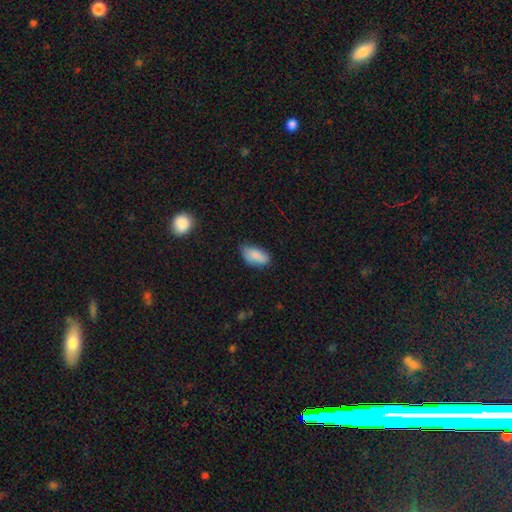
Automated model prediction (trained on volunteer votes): The model was most divided on "merging": none: 64%, minor disturbance: 29%, major disturbance: 5%, merger: 2%. More confident: how rounded — in between (92%); smooth or featured — smooth (85%).